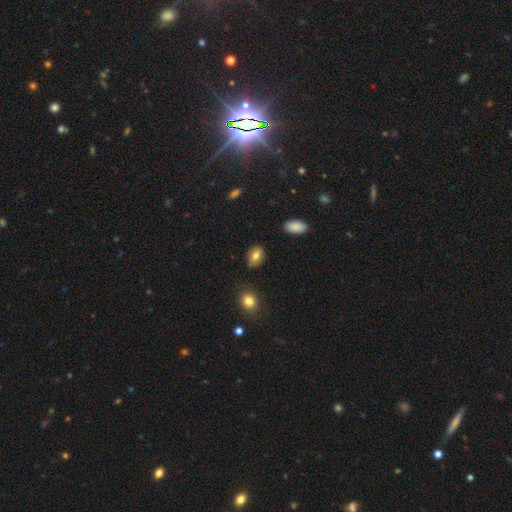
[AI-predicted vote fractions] Smooth or featured? smooth (78%)
How rounded? in between (78%)
Merging? none (83%)